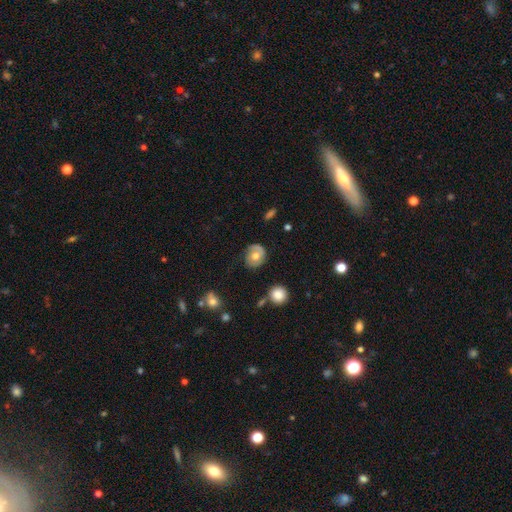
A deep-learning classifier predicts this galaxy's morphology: Smooth or featured? Predicted: featured or disk (p=0.52). Edge-on disk? Predicted: no (p=0.96). Merging? Predicted: none (p=0.67).